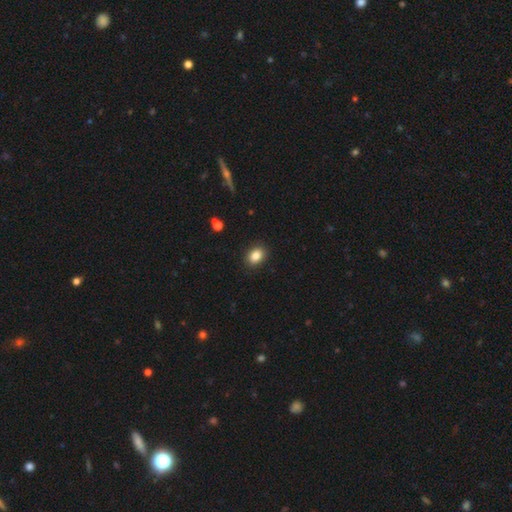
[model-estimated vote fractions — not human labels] Q: Smooth or featured?
A: smooth (85%); runner-up: star or artifact (9%)
Q: How rounded?
A: in between (71%); runner-up: round (28%)
Q: Merging?
A: none (89%); runner-up: minor disturbance (8%)